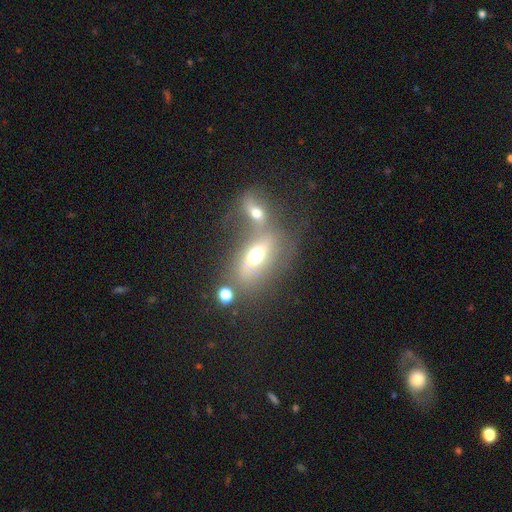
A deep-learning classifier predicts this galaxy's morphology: The model was most divided on "smooth or featured": smooth: 53%, featured or disk: 37%, star or artifact: 11%. Remaining: how rounded — in between (77%); merging — merger (50%).